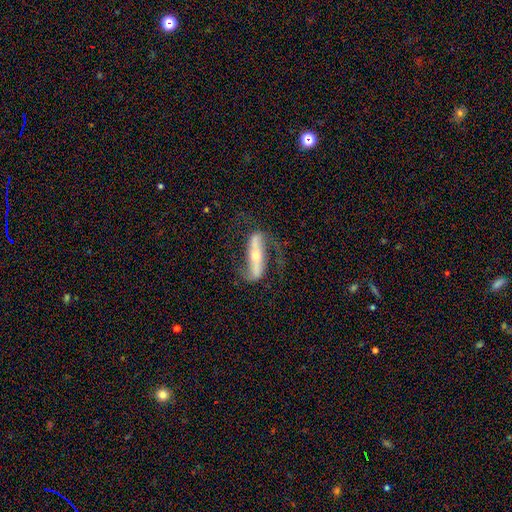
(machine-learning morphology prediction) featured or disk 83%, smooth 11%, star or artifact 5%. Down the decision tree: edge-on disk — no (74%); bar — strong (70%); spiral arms — yes (90%); spiral arm count — 2 (90%); spiral winding — loose (52%); bulge size — small (50%); merging — none (69%).